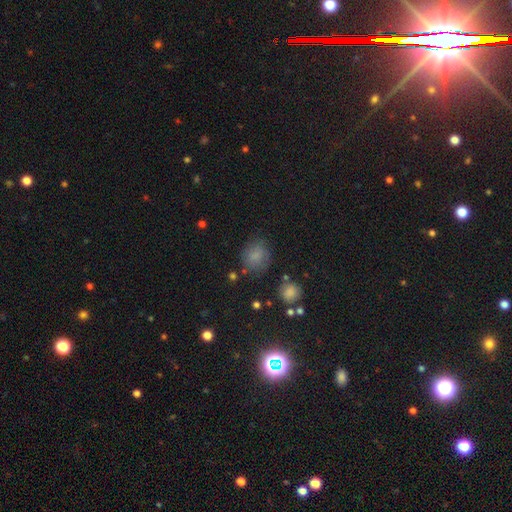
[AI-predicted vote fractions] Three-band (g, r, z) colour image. It shows a smooth galaxy with no disk features (78%) that is round (73%). Merging: none (74%).